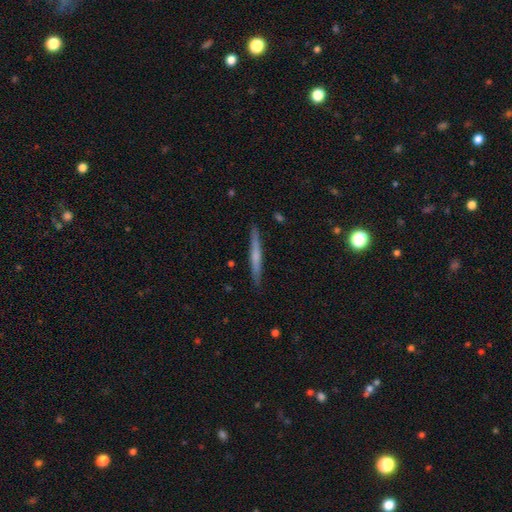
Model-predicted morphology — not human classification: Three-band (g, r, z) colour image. It shows a featured or disk galaxy (50%). Merging: none (90%).